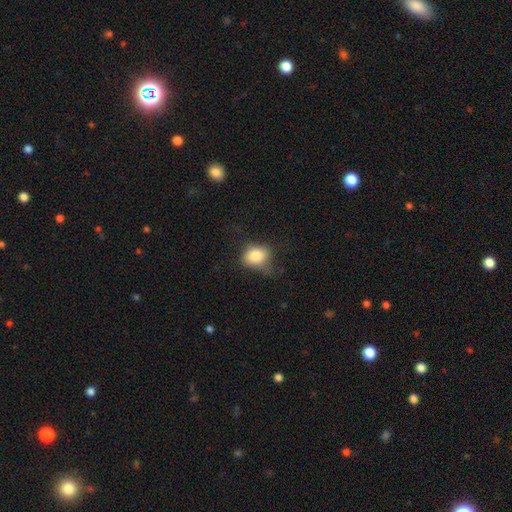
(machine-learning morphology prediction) This is clearly a smooth galaxy (81%). How rounded: possibly in between (52%). Merging: possibly none (49%).